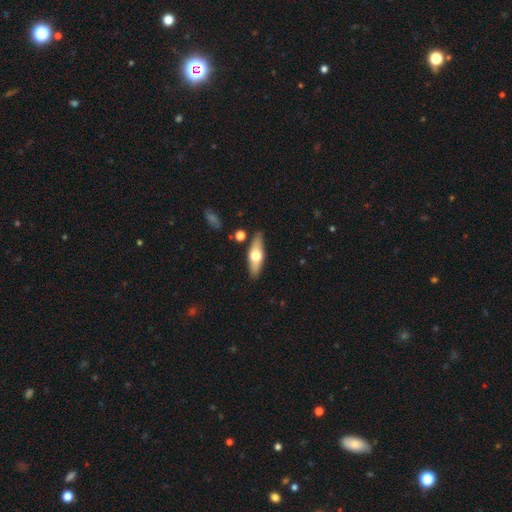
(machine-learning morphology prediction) type=smooth (50%); roundness=in between (55%); merging=none (85%).